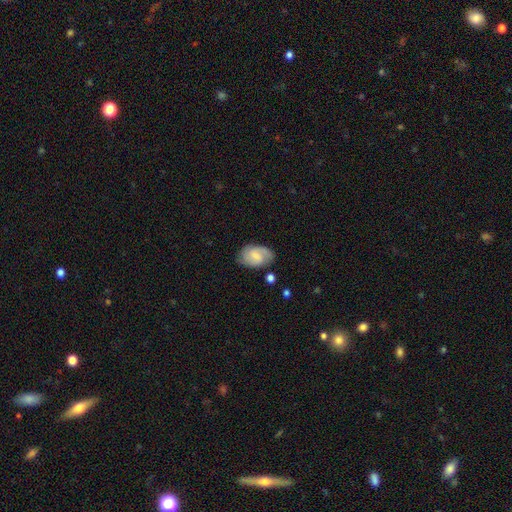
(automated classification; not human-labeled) A featured or disk galaxy (51%). Merging: none (72%).